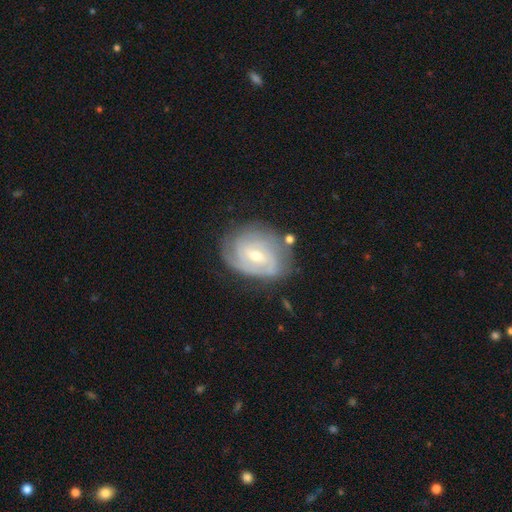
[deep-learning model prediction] Overall: featured or disk (84%). Edge-on disk: no (97%). Bar: weak (54%; no 30%). Spiral arms: yes (94%). Spiral arm count: can't tell (29%, tied with 2). Spiral winding: tight (67%). Bulge size: moderate (51%; small 46%). Merging: none (72%).